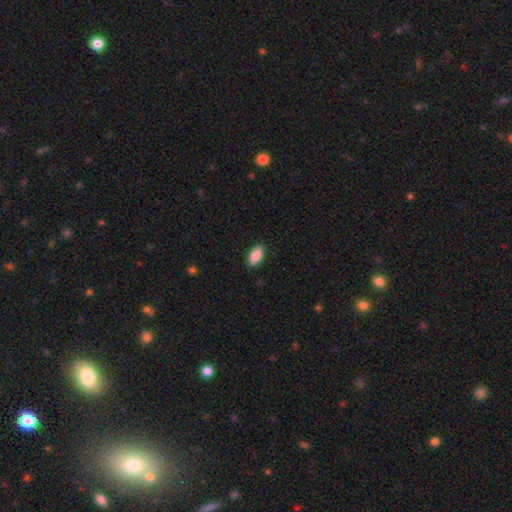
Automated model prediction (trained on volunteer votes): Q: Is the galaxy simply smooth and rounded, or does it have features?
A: smooth — 87%.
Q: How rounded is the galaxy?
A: in between — 90%.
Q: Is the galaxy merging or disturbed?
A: none — 89%.